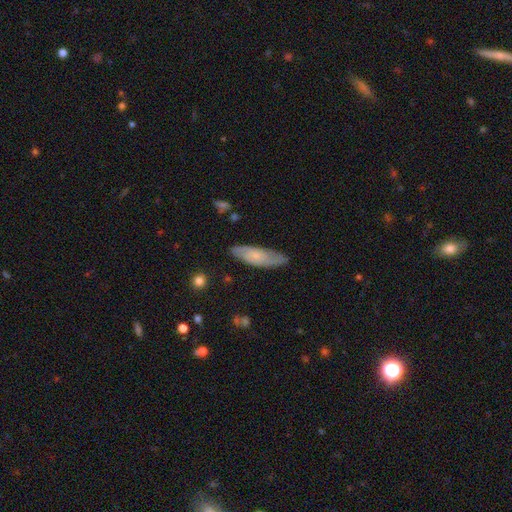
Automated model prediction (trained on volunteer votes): Smooth or featured?
  - smooth: 49% *
  - featured or disk: 45%
  - star or artifact: 7%
Merging?
  - none: 78% *
  - minor disturbance: 17%
  - major disturbance: 4%
  - merger: 1%